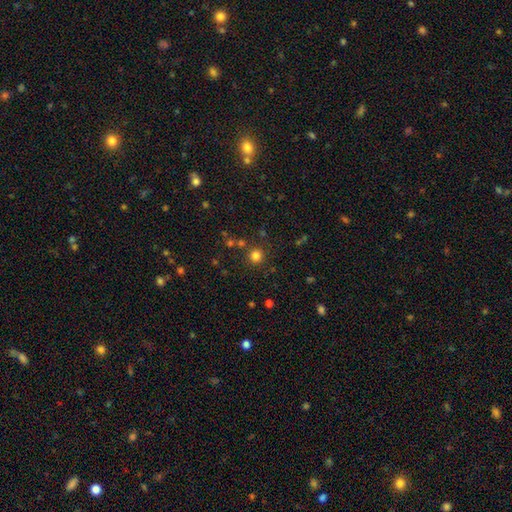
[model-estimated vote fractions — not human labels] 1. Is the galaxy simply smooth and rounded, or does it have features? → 79% smooth, 16% star or artifact, 5% featured or disk.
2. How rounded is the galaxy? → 94% round, 5% in between, 1% cigar-shaped.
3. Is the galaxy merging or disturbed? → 86% none, 7% minor disturbance, 5% merger, 3% major disturbance.